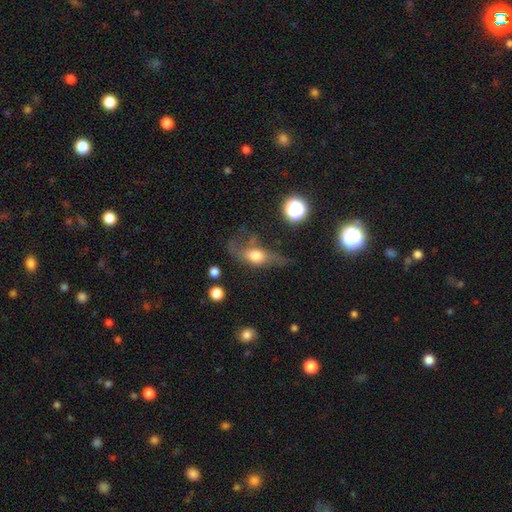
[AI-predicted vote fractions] smooth 51%, featured or disk 38%, star or artifact 11%. Down the decision tree: how rounded — in between (63%); merging — major disturbance (36%).